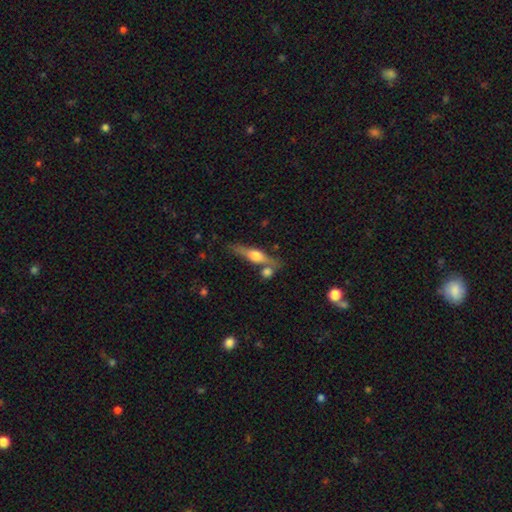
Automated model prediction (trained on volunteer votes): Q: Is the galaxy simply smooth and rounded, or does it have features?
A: featured or disk — 63%.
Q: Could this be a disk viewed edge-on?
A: yes — 94%.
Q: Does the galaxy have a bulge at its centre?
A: rounded — 91%.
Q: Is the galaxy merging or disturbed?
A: none — 66%.